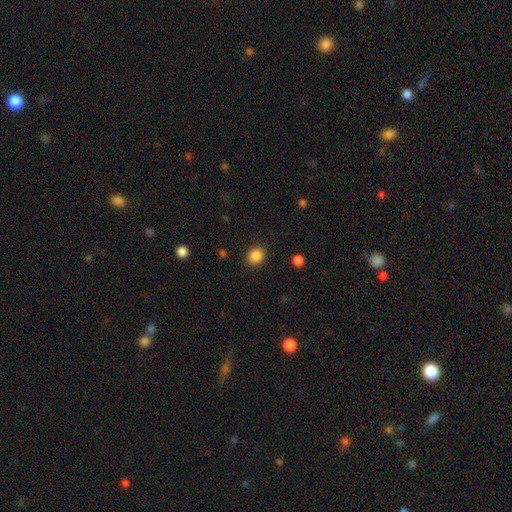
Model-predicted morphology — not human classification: Q: Smooth or featured?
A: smooth (87%); runner-up: star or artifact (10%)
Q: How rounded?
A: round (67%); runner-up: in between (32%)
Q: Merging?
A: none (88%); runner-up: minor disturbance (8%)